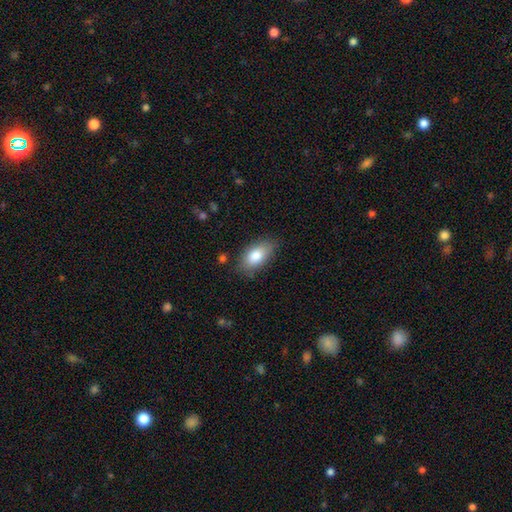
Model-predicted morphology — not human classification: Smooth or featured?
  - smooth: 82% *
  - featured or disk: 11%
  - star or artifact: 7%
How rounded?
  - in between: 91% *
  - cigar-shaped: 5%
  - round: 4%
Merging?
  - none: 79% *
  - minor disturbance: 16%
  - major disturbance: 4%
  - merger: 2%